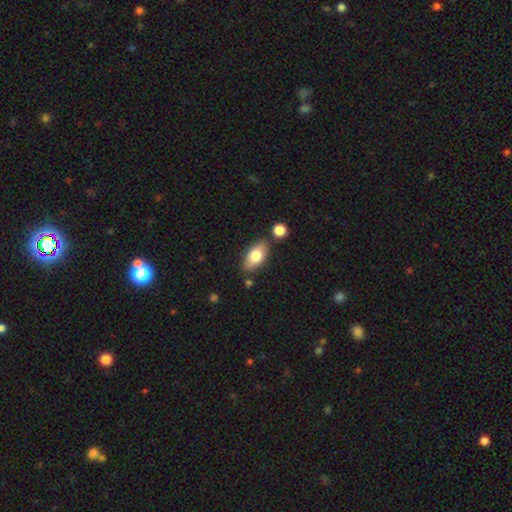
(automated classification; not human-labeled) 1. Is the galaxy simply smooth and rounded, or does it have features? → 75% smooth, 18% featured or disk, 7% star or artifact.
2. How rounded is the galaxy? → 90% in between, 6% cigar-shaped, 4% round.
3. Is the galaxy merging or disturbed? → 78% none, 12% minor disturbance, 7% merger, 3% major disturbance.